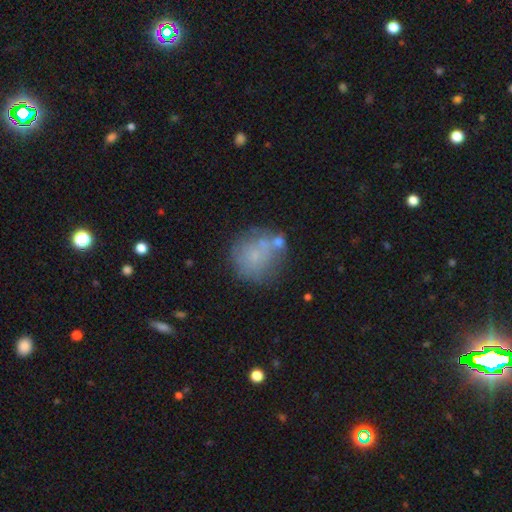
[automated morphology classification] smooth 61%, featured or disk 27%, star or artifact 13%. Down the decision tree: how rounded — round (88%); merging — none (57%).